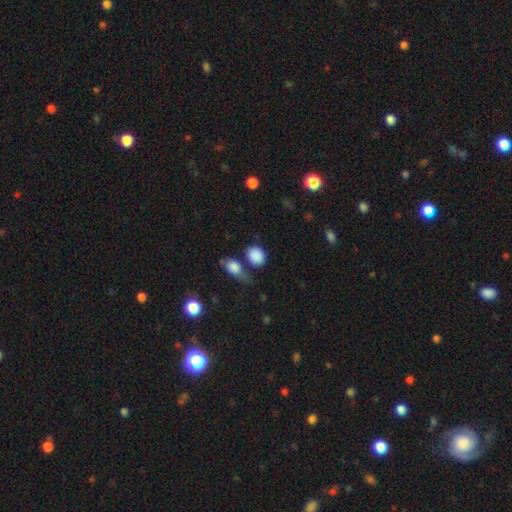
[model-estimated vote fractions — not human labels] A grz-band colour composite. It shows a smooth galaxy with no disk features (87%) that is round (52%). Merging: none (59%).